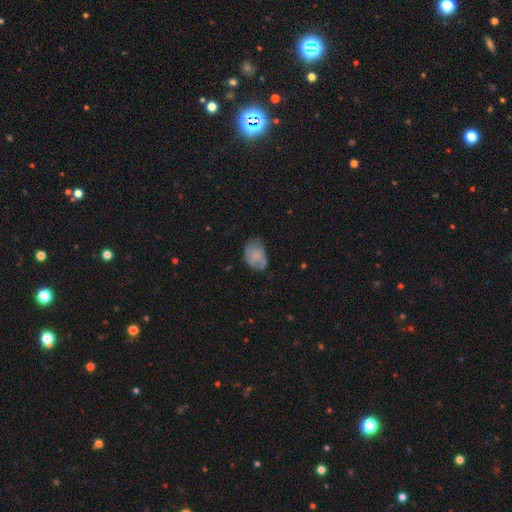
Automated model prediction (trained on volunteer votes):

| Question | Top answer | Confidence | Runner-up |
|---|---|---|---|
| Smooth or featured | smooth | 65% | featured or disk (26%) |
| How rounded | in between | 78% | round (21%) |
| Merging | none | 49% | minor disturbance (32%) |